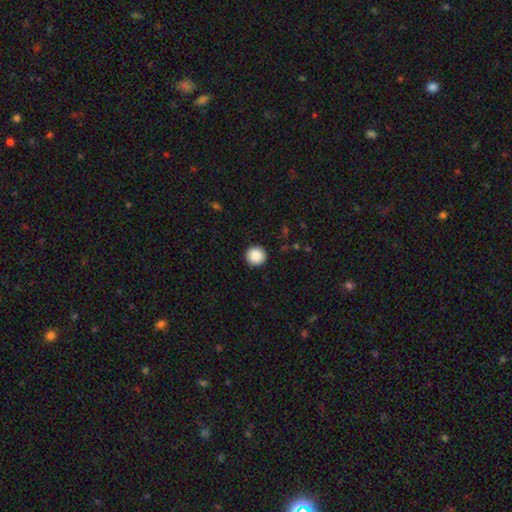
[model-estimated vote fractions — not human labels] A smooth galaxy with no disk features (89%) that is round (96%). Merging: none (92%).